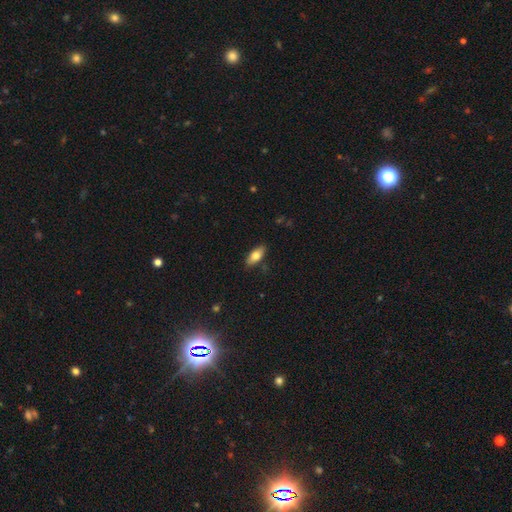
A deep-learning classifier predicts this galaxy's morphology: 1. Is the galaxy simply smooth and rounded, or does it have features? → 76% smooth, 17% featured or disk, 7% star or artifact.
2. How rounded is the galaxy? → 81% in between, 16% cigar-shaped, 3% round.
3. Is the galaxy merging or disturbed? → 83% none, 13% minor disturbance, 2% major disturbance, 2% merger.